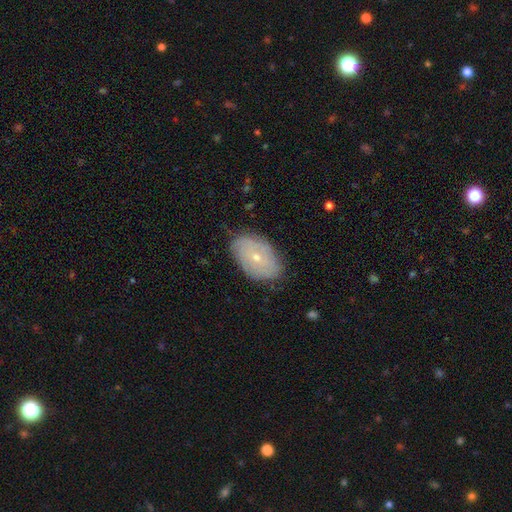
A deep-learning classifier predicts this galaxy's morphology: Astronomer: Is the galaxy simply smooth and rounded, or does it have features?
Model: featured or disk — 51% (runner-up: smooth, 41%).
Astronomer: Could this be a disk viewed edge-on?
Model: no — 93%.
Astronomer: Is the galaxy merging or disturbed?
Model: none — 77%.